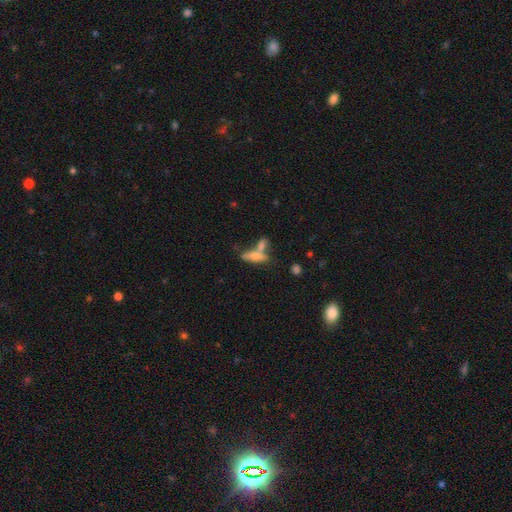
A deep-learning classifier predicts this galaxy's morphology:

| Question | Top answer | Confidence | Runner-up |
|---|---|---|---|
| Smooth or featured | smooth | 65% | featured or disk (26%) |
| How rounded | cigar-shaped | 53% | in between (44%) |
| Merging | merger | 41% | none (39%) |